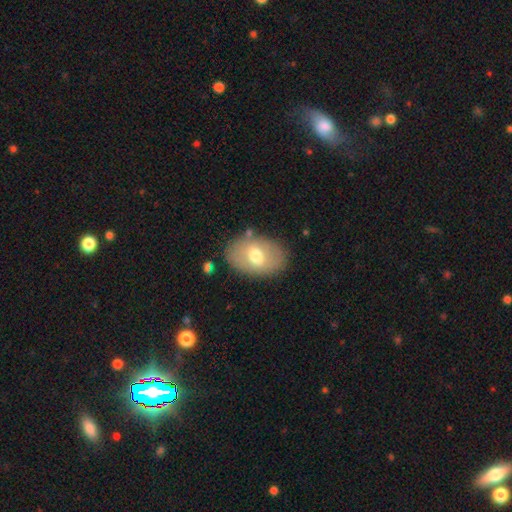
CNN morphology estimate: type=smooth (63%); roundness=in between (86%); merging=none (79%).